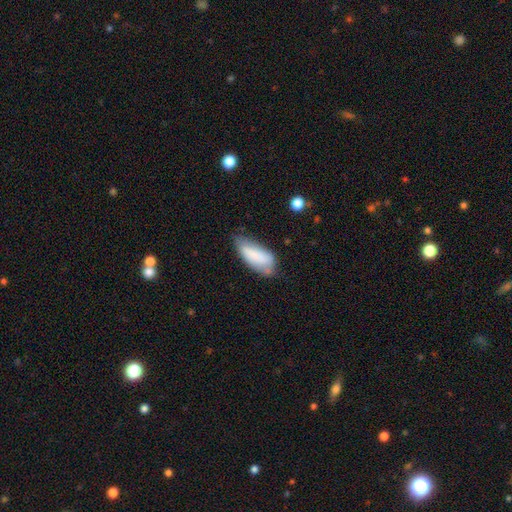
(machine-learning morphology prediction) smooth_or_featured: smooth (p=0.78) [alt: featured or disk p=0.15]
how_rounded: in between (p=0.80) [alt: cigar-shaped p=0.18]
merging: none (p=0.48) [alt: minor disturbance p=0.35]